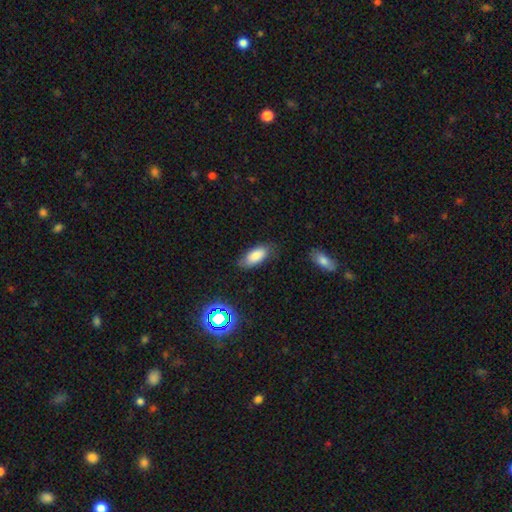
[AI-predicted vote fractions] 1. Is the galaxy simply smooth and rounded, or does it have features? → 78% smooth, 13% featured or disk, 9% star or artifact.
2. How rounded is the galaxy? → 90% in between, 8% cigar-shaped, 2% round.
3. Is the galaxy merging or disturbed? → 71% none, 21% minor disturbance, 5% major disturbance, 2% merger.